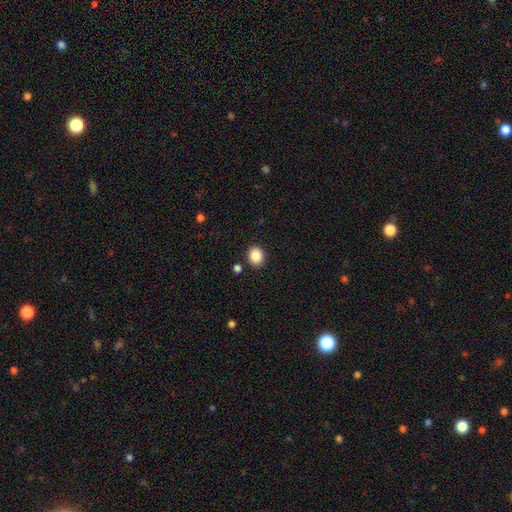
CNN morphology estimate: A smooth galaxy with no disk features (87%) that is round (68%). Merging: none (89%).